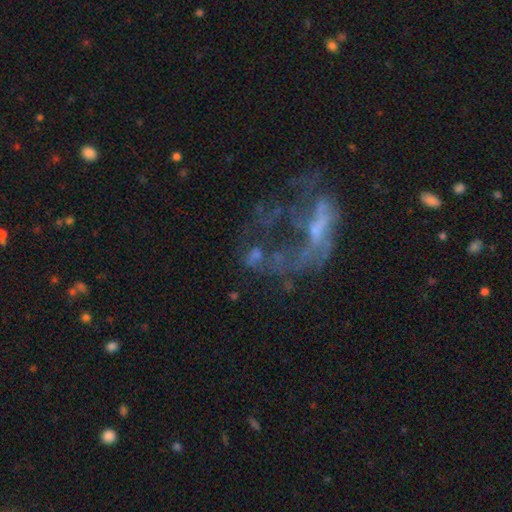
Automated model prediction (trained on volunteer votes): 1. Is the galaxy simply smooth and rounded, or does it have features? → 57% featured or disk, 23% star or artifact, 20% smooth.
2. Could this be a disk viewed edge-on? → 94% no, 6% yes.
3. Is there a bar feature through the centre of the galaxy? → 68% no, 21% weak, 11% strong.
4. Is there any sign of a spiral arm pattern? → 66% no, 34% yes.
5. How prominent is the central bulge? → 46% none, 29% small, 19% moderate, 4% large, 2% dominant.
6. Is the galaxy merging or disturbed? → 40% major disturbance, 29% none, 19% merger, 12% minor disturbance.